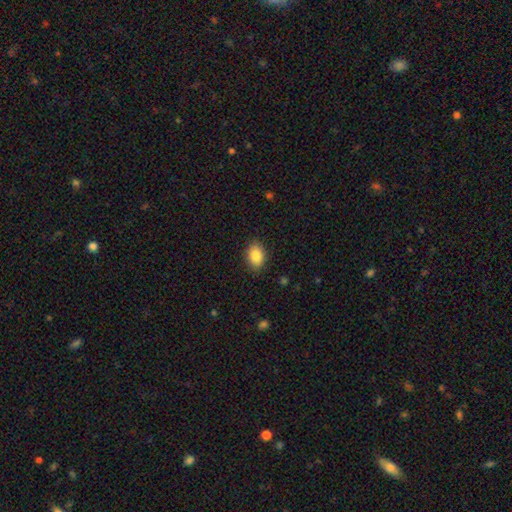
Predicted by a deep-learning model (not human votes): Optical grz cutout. It shows a smooth galaxy with no disk features (85%) that is in between round and cigar-shaped (77%). Merging: none (87%).